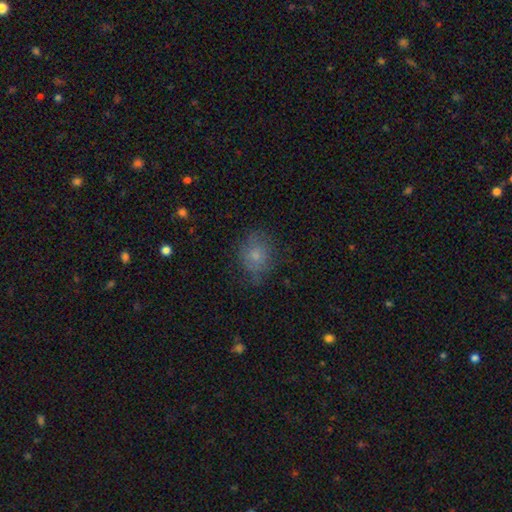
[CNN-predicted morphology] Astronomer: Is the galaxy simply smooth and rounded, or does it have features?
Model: smooth — 73%.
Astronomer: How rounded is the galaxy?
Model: round — 62% (runner-up: in between, 37%).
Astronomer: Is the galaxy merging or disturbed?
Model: none — 69%.